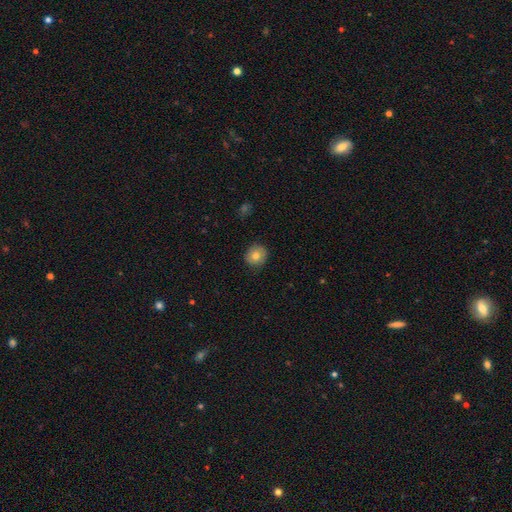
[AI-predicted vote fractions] A smooth galaxy with no disk features (77%) that is round (87%). Merging: none (87%).